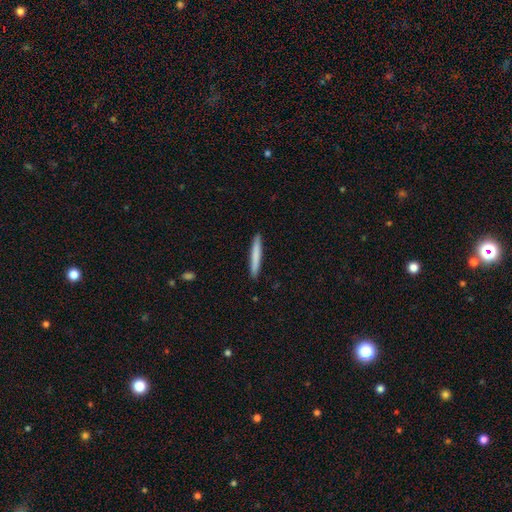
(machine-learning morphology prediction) Smooth or featured?
  - smooth: 78% *
  - featured or disk: 17%
  - star or artifact: 5%
How rounded?
  - cigar-shaped: 96% *
  - in between: 3%
  - round: 1%
Merging?
  - none: 91% *
  - minor disturbance: 6%
  - major disturbance: 1%
  - merger: 1%